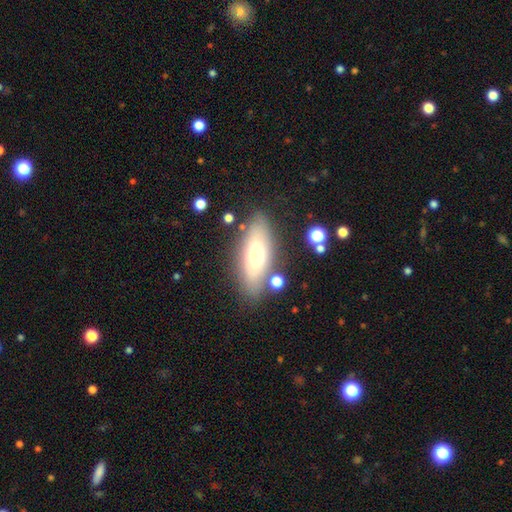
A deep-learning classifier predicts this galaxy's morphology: smooth-or-featured: smooth: 61% | featured or disk: 31% | star or artifact: 8%
  how-rounded: in between: 66% | cigar-shaped: 31% | round: 3%
  merging: none: 78% | minor disturbance: 13% | merger: 5% | major disturbance: 4%